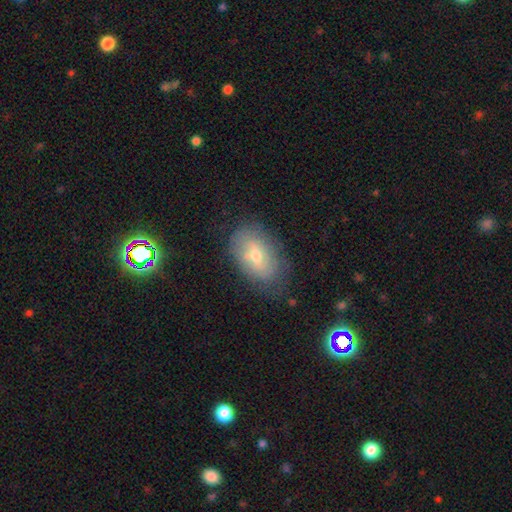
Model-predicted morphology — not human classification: Q: Smooth or featured?
A: smooth (49%); runner-up: featured or disk (40%)
Q: Merging?
A: none (72%); runner-up: minor disturbance (20%)